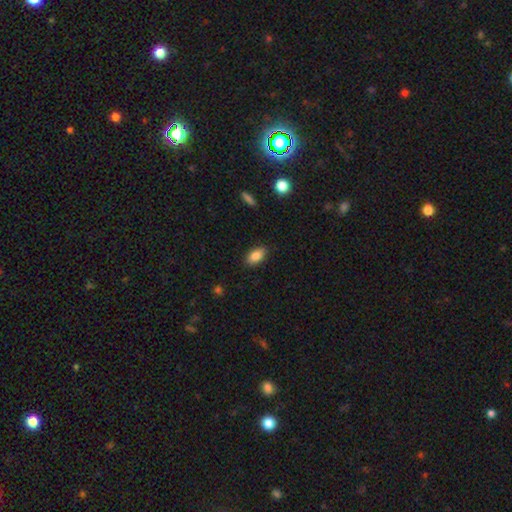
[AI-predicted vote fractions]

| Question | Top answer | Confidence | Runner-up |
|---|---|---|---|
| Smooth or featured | smooth | 86% | star or artifact (8%) |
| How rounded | in between | 91% | round (5%) |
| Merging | none | 86% | minor disturbance (11%) |